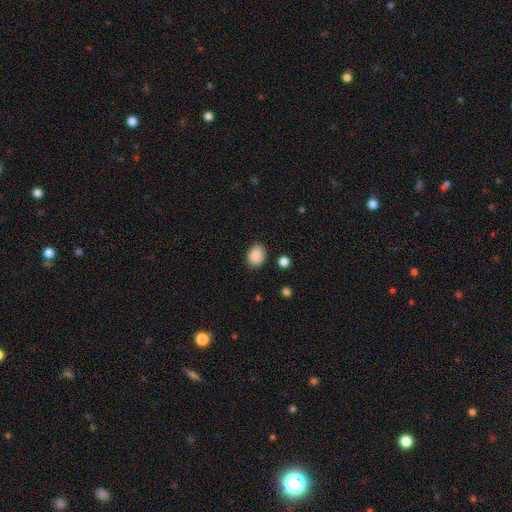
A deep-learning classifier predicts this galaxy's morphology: This is clearly a smooth galaxy (88%). How rounded: possibly in between (58%). Merging: clearly none (85%).